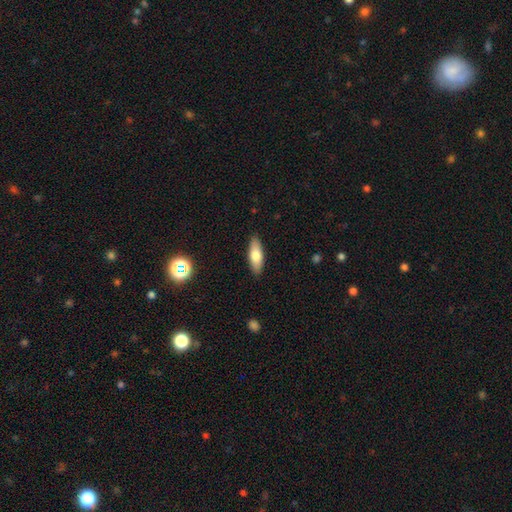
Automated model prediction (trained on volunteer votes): smooth-or-featured: smooth: 73% | featured or disk: 20% | star or artifact: 7%
  how-rounded: in between: 68% | cigar-shaped: 30% | round: 2%
  merging: none: 89% | minor disturbance: 8% | major disturbance: 2% | merger: 1%